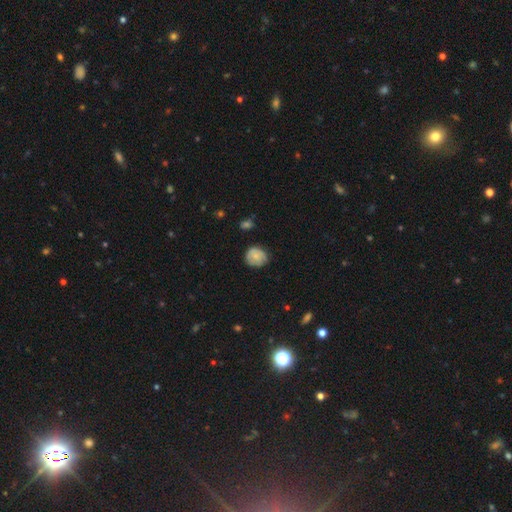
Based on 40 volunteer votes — This is clearly a smooth galaxy (82%). How rounded: clearly round (85%). Merging: likely none (69%).